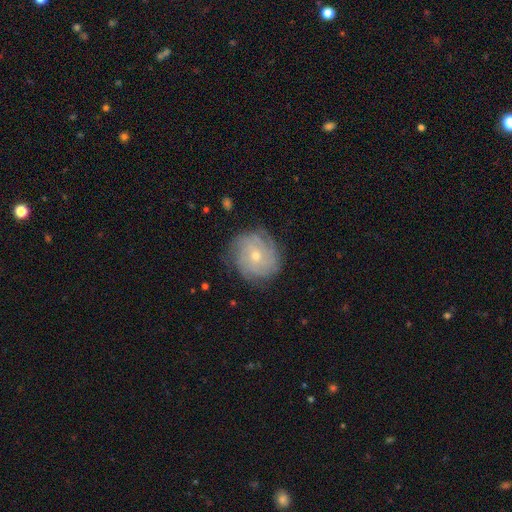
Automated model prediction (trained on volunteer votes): smooth-or-featured: featured or disk: 75% | smooth: 16% | star or artifact: 9%
  disk-edge-on: no: 97% | yes: 3%
    bar: no: 78% | weak: 19% | strong: 3%
    has-spiral-arms: yes: 94% | no: 6%
      spiral-winding: tight: 75% | medium: 20% | loose: 5%
      spiral-arm-count: can't tell: 37% | 4: 20% | 3: 16% | more than 4: 10% | 2: 10% | 1: 7%
    bulge-size: small: 54% | moderate: 43% | large: 1% | none: 1% | dominant: 1%
  merging: none: 83% | minor disturbance: 12% | major disturbance: 4% | merger: 1%